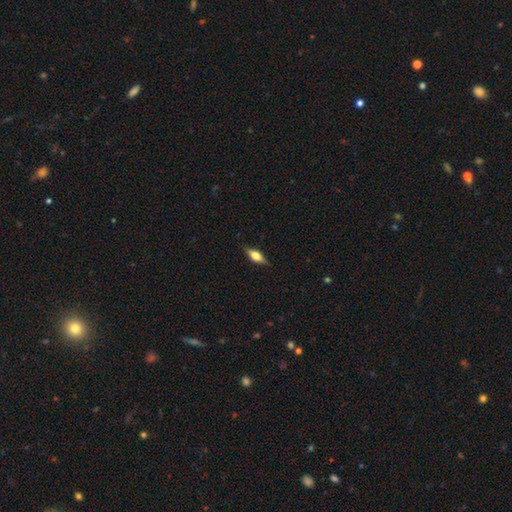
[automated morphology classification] This appears to be a featured or disk galaxy (47%). Merging: none (85%).